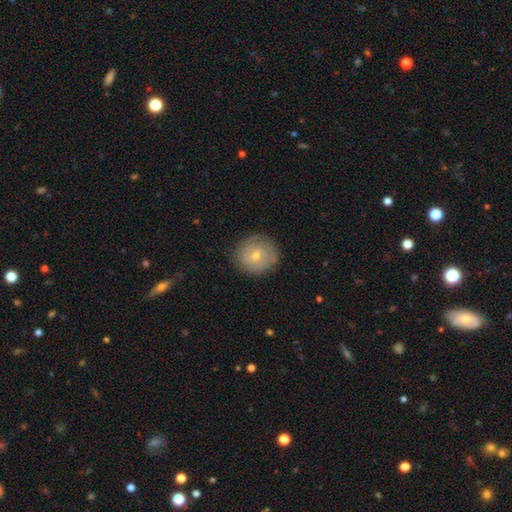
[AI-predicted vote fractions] Smooth or featured: smooth — 48% (featured or disk — 43%)
Merging: none — 82% (minor disturbance — 13%)